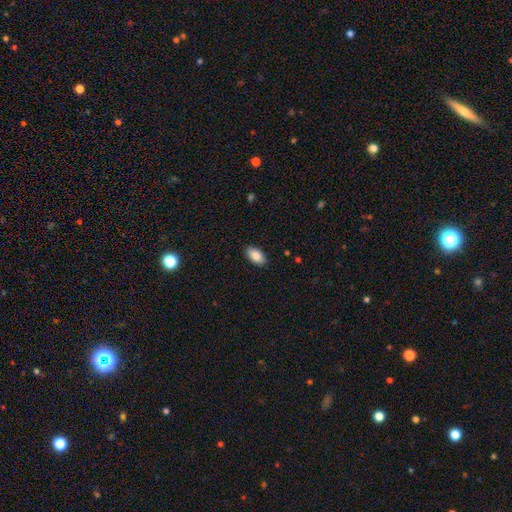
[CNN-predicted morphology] The model was most divided on "smooth or featured": smooth: 85%, featured or disk: 8%, star or artifact: 7%. More confident: how rounded — in between (93%); merging — none (88%).